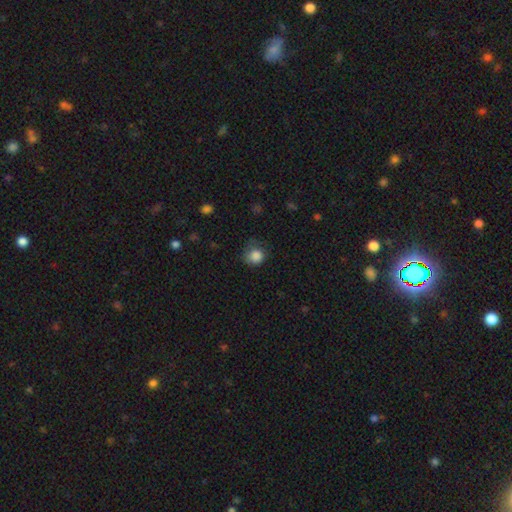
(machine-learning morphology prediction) This is clearly a smooth galaxy (85%). How rounded: clearly round (82%). Merging: possibly none (55%).